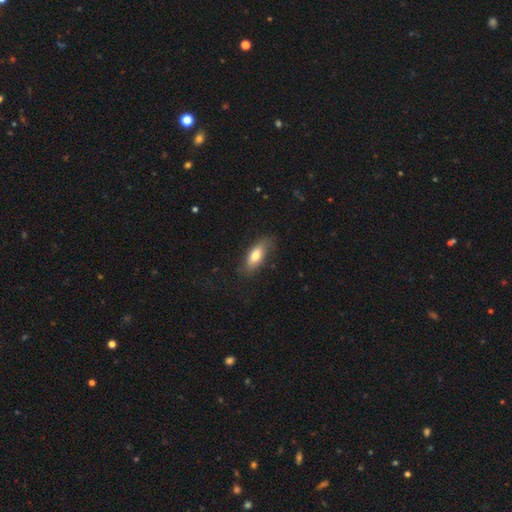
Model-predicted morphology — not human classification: smooth_or_featured: smooth (p=0.72) [alt: featured or disk p=0.21]
how_rounded: in between (p=0.74) [alt: cigar-shaped p=0.22]
merging: none (p=0.74) [alt: minor disturbance p=0.19]